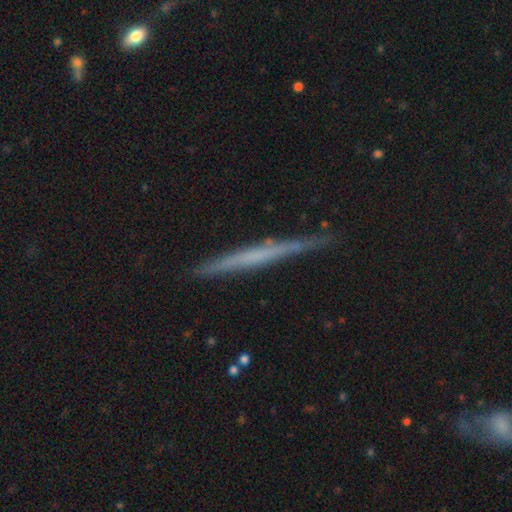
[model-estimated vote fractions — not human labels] A featured or disk galaxy (60%) viewed edge-on (97%) with no central bulge (83%).

Vote fractions:
- Smooth or featured? featured or disk: 60% / smooth: 33% / star or artifact: 7%
- Edge-on disk? yes: 97% / no: 3%
- Edge-on bulge? none: 83% / rounded: 10% / boxy: 8%
- Merging? none: 86% / minor disturbance: 11% / major disturbance: 2% / merger: 1%